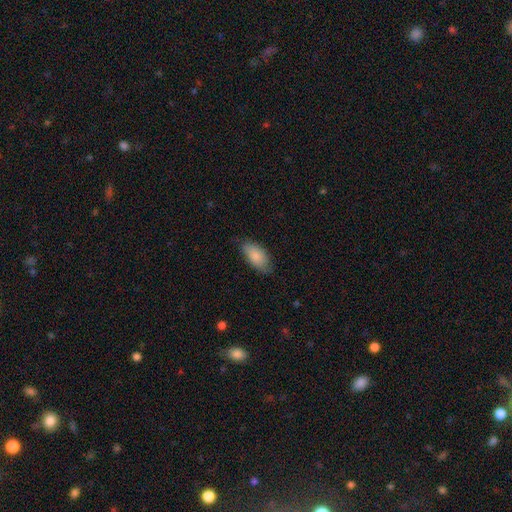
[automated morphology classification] type=smooth (84%); roundness=in between (92%); merging=none (73%).